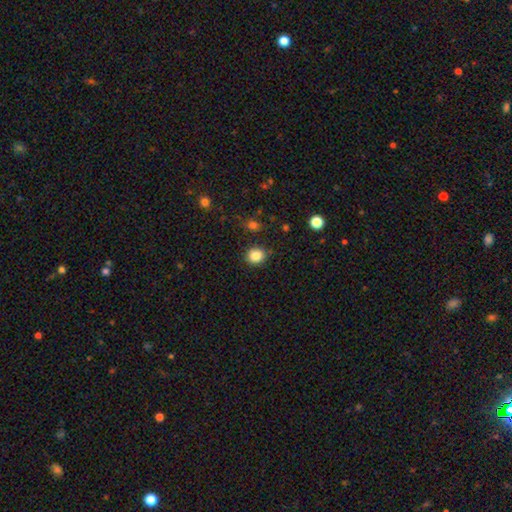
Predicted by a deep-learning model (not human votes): A smooth galaxy with no disk features (84%) that is round (79%).

Vote fractions:
- Smooth or featured? smooth: 84% / star or artifact: 10% / featured or disk: 5%
- How rounded? round: 79% / in between: 20% / cigar-shaped: 1%
- Merging? none: 87% / minor disturbance: 9% / major disturbance: 2% / merger: 2%